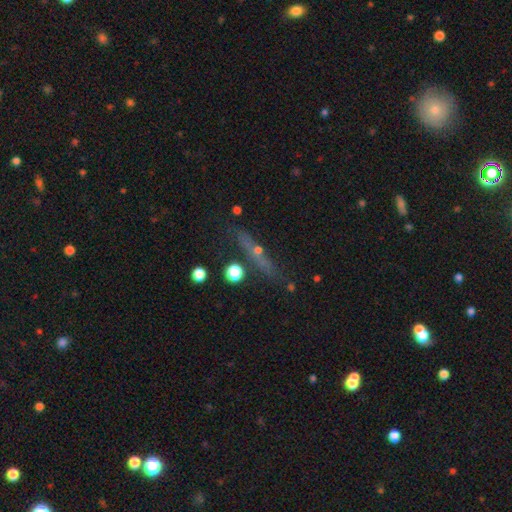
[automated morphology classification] smooth_or_featured: featured or disk (p=0.49) [alt: smooth p=0.26]
merging: none (p=0.70) [alt: minor disturbance p=0.14]